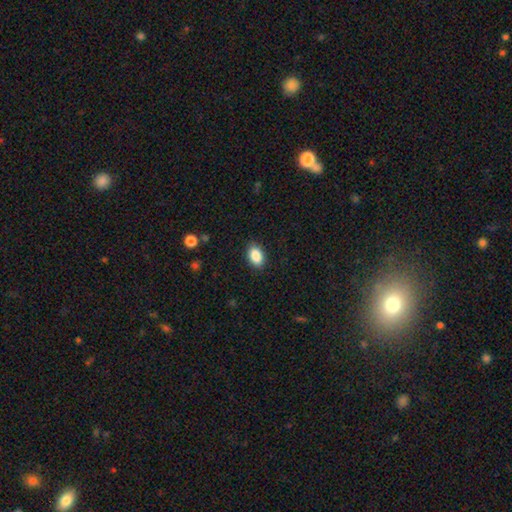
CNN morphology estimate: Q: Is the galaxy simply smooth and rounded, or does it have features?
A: smooth — 88%.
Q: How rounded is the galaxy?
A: in between — 89%.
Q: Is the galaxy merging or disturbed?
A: none — 87%.